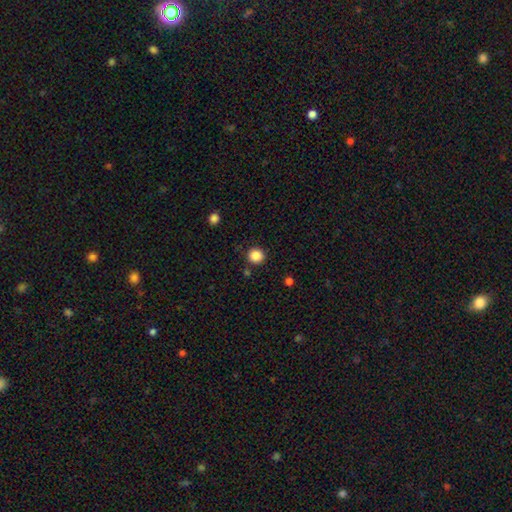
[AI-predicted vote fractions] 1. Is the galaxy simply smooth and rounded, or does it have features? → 86% smooth, 10% star or artifact, 3% featured or disk.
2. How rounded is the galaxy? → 91% round, 8% in between, 1% cigar-shaped.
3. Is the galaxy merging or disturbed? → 88% none, 7% minor disturbance, 3% merger, 2% major disturbance.